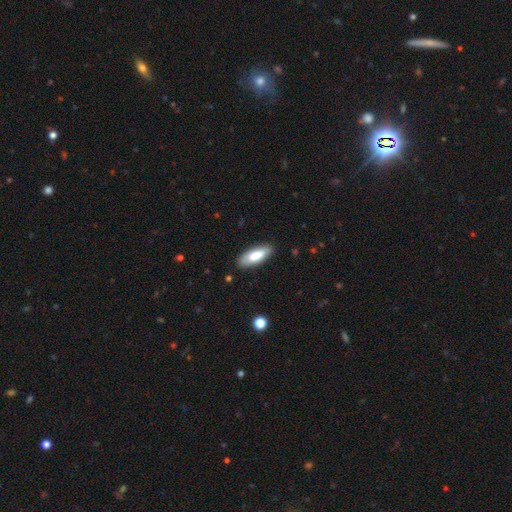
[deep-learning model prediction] This appears to be a smooth galaxy with no disk features (81%) that is in between round and cigar-shaped (70%). Merging: none (86%).